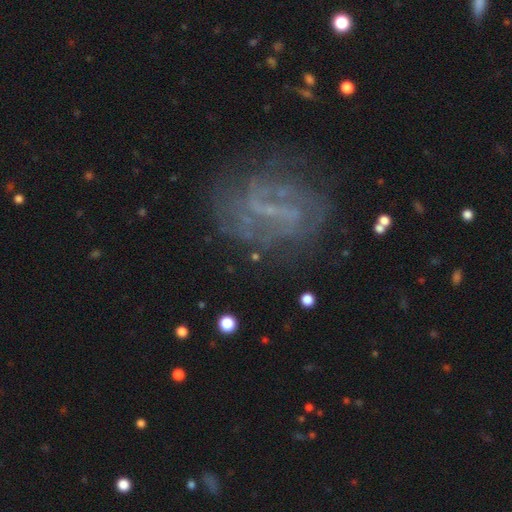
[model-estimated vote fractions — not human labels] This is likely a featured or disk galaxy (77%). It is clearly not viewed edge-on (97%). Bar: possibly weak (46%). Spiral arm pattern: clearly yes (82%). Spiral arm count: possibly 2 (46%). Spiral winding: marginally medium (44%). Central bulge: likely small (66%). Merging: likely none (61%).